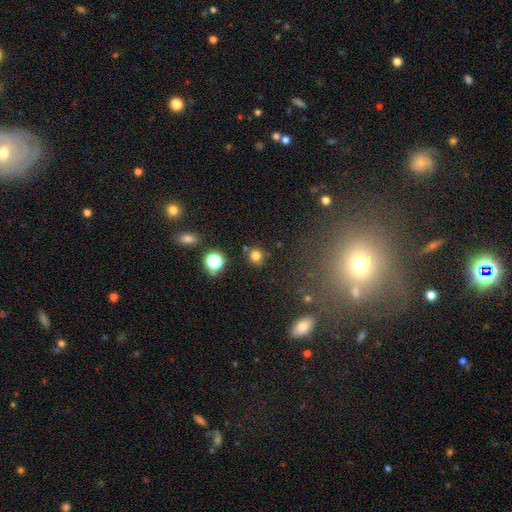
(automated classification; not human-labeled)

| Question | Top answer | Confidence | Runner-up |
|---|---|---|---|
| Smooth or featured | smooth | 78% | star or artifact (16%) |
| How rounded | round | 84% | in between (15%) |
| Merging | none | 82% | minor disturbance (10%) |